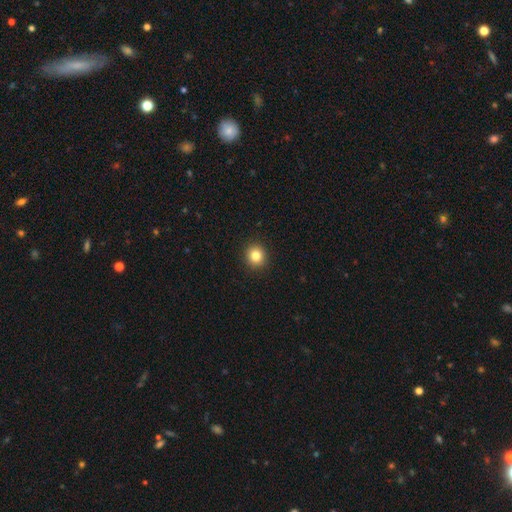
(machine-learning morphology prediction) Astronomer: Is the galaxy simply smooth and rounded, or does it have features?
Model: smooth — 83%.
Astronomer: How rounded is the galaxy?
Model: round — 89%.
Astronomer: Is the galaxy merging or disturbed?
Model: none — 93%.